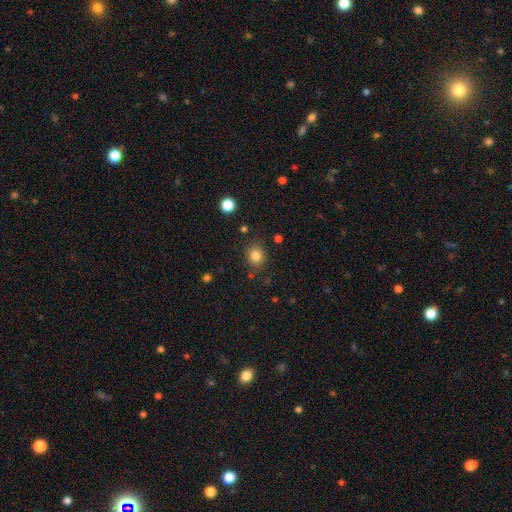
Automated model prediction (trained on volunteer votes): Morphology: type=smooth (82%); roundness=round (73%); merging=none (82%).